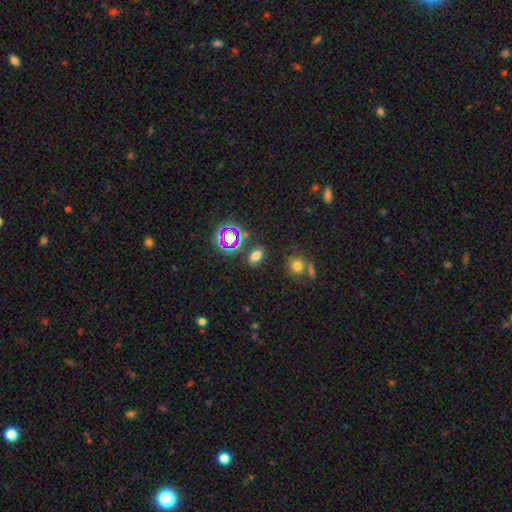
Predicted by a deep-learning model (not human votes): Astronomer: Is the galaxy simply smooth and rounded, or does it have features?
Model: smooth — 66%.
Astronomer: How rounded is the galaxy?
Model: in between — 82%.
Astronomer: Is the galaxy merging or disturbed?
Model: none — 80%.